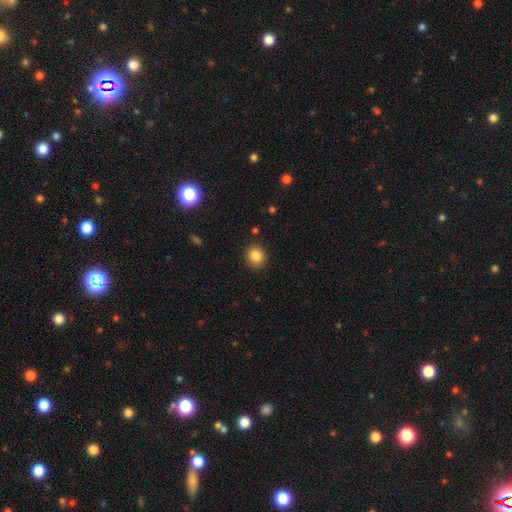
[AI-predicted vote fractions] Overall: smooth (84%). How rounded: round (85%). Merging: none (90%).